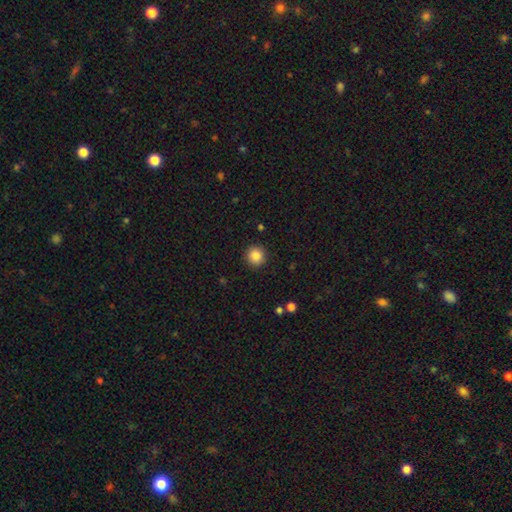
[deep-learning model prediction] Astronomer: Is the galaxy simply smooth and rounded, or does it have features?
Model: smooth — 87%.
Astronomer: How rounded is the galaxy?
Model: round — 94%.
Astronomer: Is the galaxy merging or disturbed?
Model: none — 92%.